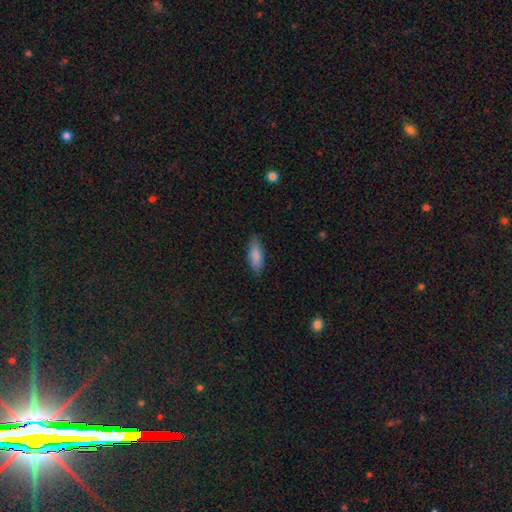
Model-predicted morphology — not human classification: type=smooth (85%); roundness=in between (67%); merging=none (81%).